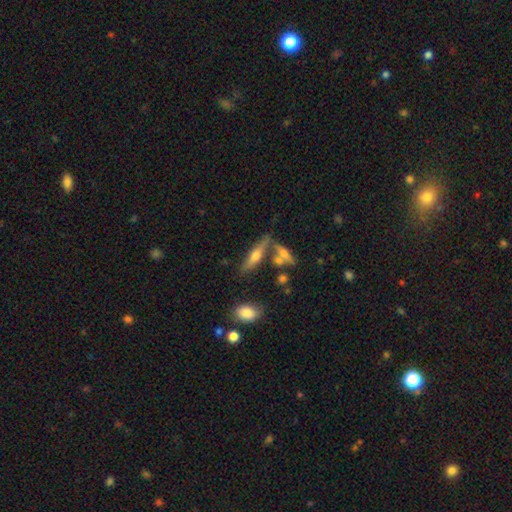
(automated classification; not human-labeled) This appears to be a featured or disk galaxy (50%) viewed edge-on (89%). Merging: none (62%).